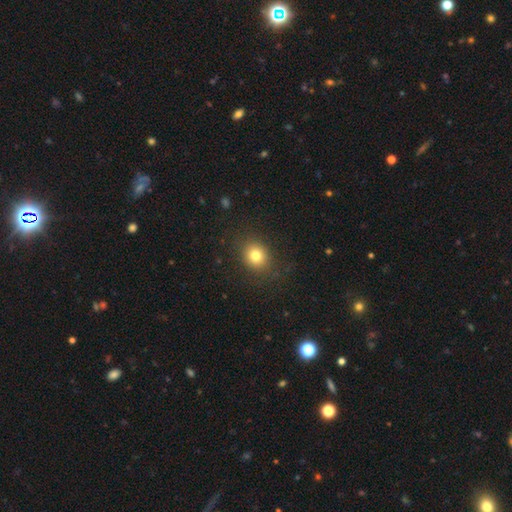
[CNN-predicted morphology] A smooth galaxy with no disk features (79%) that is round (74%).

Vote fractions:
- Smooth or featured? smooth: 79% / star or artifact: 13% / featured or disk: 8%
- How rounded? round: 74% / in between: 25% / cigar-shaped: 1%
- Merging? none: 86% / minor disturbance: 9% / major disturbance: 4% / merger: 1%